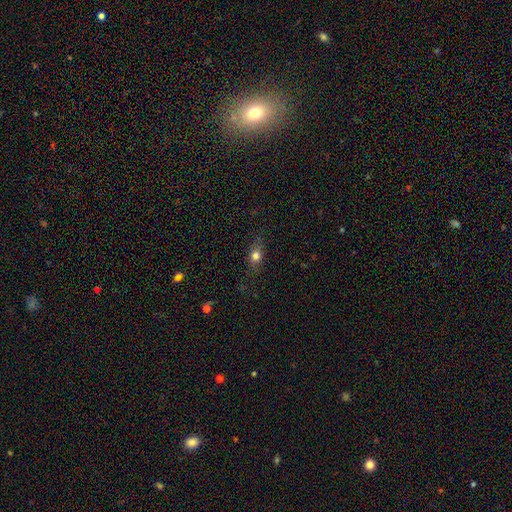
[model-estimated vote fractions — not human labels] Morphology: type=smooth (72%); roundness=in between (55%); merging=none (79%).